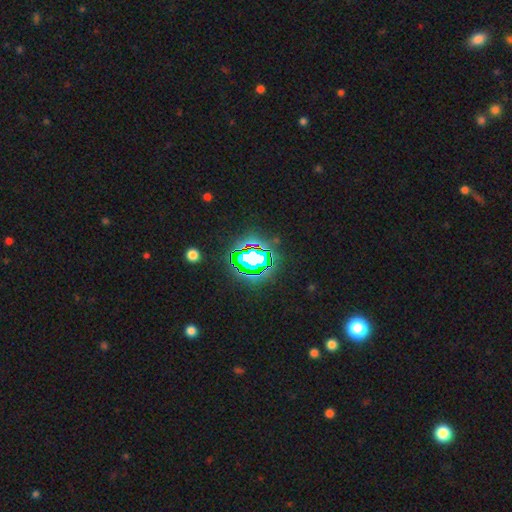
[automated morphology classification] Smooth or featured? Predicted: star or artifact (p=0.70).